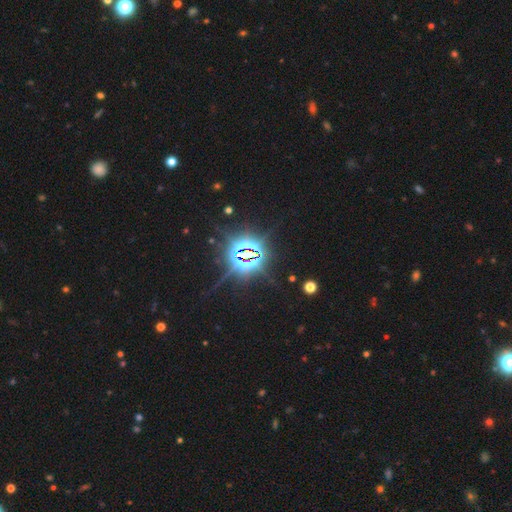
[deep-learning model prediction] Smooth or featured? Predicted: star or artifact (p=0.86).